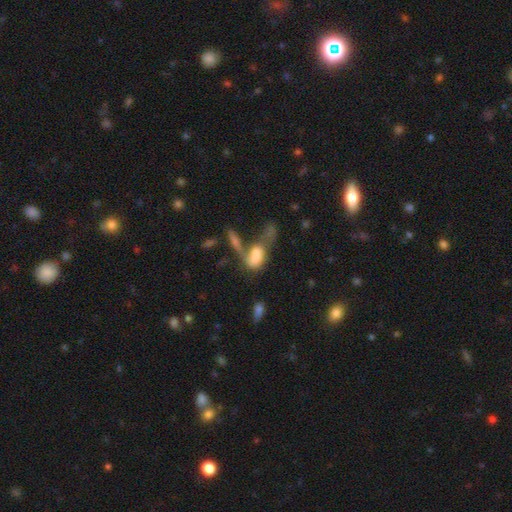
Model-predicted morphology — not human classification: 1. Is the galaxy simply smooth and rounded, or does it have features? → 64% smooth, 26% featured or disk, 10% star or artifact.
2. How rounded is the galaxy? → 85% in between, 8% cigar-shaped, 7% round.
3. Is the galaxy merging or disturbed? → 51% merger, 28% major disturbance, 12% none, 8% minor disturbance.